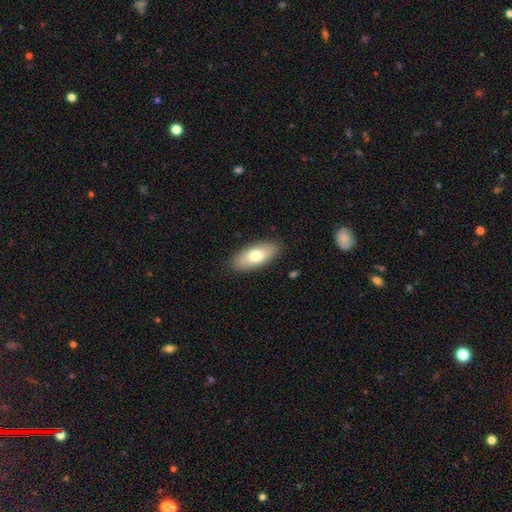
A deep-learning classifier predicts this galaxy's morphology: smooth 74%, featured or disk 20%, star or artifact 6%. Down the decision tree: how rounded — in between (86%); merging — none (88%).